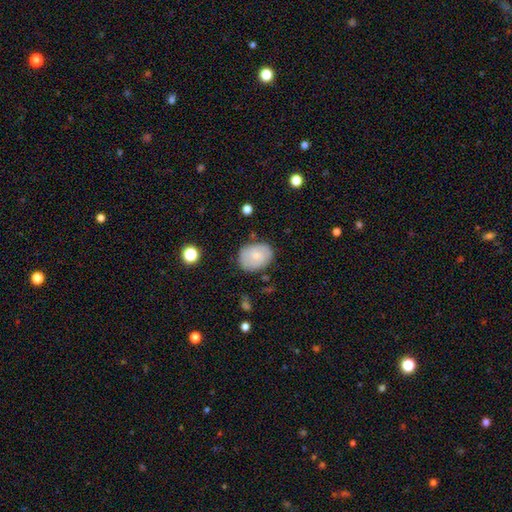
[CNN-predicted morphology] Smooth or featured: smooth — 64% (featured or disk — 28%)
How rounded: in between — 65% (round — 34%)
Merging: none — 77% (minor disturbance — 17%)